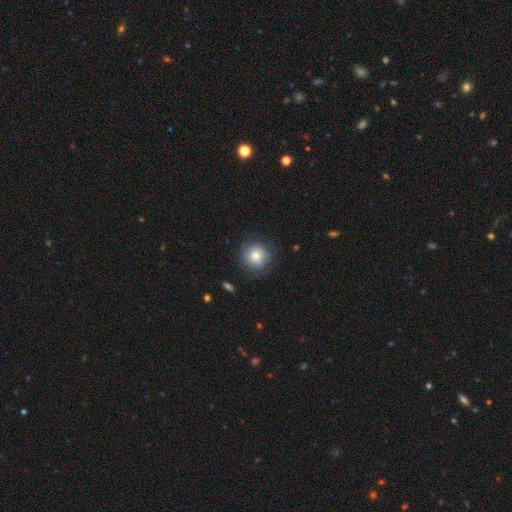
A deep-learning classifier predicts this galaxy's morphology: This appears to be a smooth galaxy with no disk features (74%) that is round (93%). Merging: none (79%).